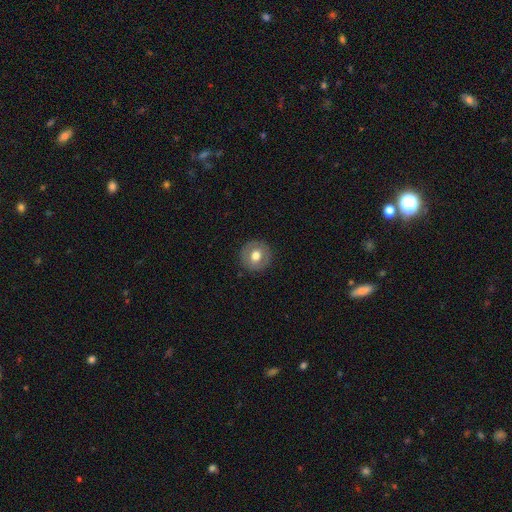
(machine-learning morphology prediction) This appears to be a smooth galaxy with no disk features (64%) that is round (92%). Merging: none (89%).